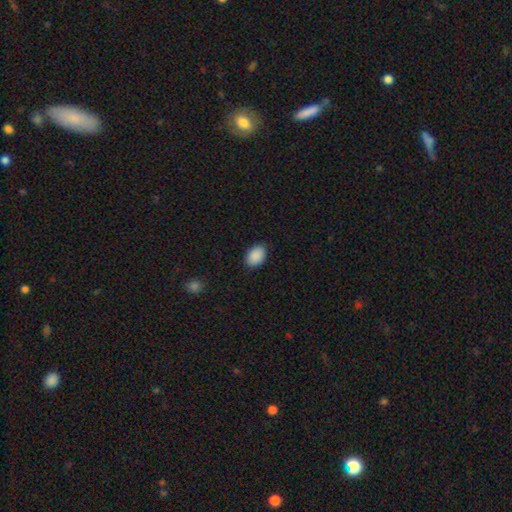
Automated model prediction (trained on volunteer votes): This is clearly a smooth galaxy (90%). How rounded: clearly in between (81%). Merging: clearly none (88%).